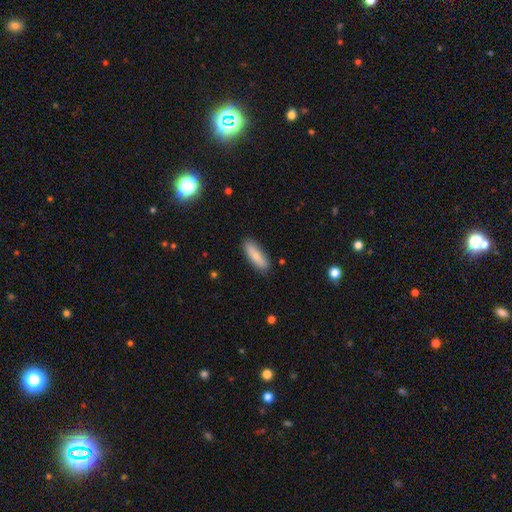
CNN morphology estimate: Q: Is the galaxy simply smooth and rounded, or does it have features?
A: smooth — 76%.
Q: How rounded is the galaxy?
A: in between — 49%.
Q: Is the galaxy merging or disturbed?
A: none — 85%.